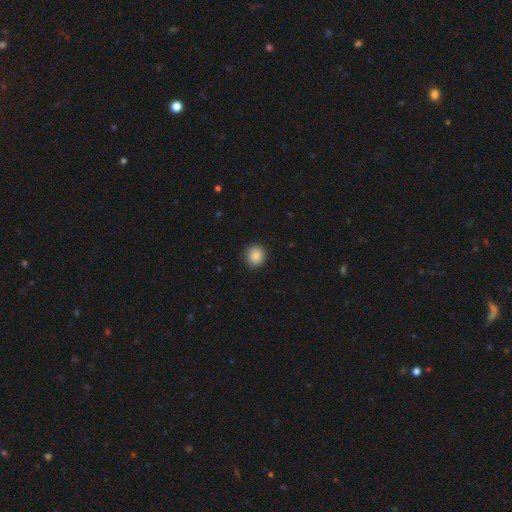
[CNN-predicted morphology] Smooth or featured?
  - smooth: 88% *
  - star or artifact: 9%
  - featured or disk: 4%
How rounded?
  - round: 84% *
  - in between: 15%
  - cigar-shaped: 1%
Merging?
  - none: 87% *
  - minor disturbance: 9%
  - major disturbance: 2%
  - merger: 1%